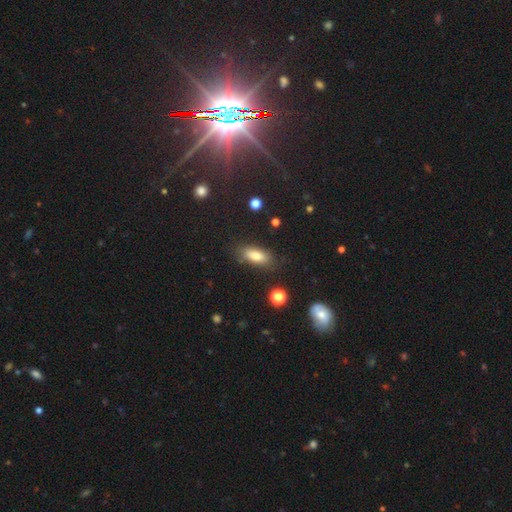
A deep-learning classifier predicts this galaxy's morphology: Smooth or featured? smooth (80%)
How rounded? in between (79%)
Merging? none (81%)